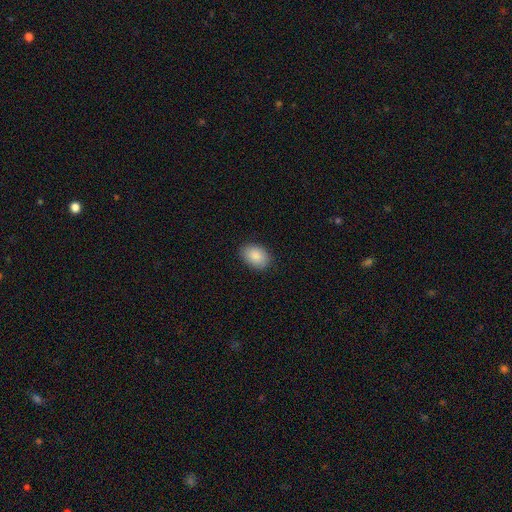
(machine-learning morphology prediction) Smooth or featured? smooth (88%)
How rounded? in between (80%)
Merging? none (87%)